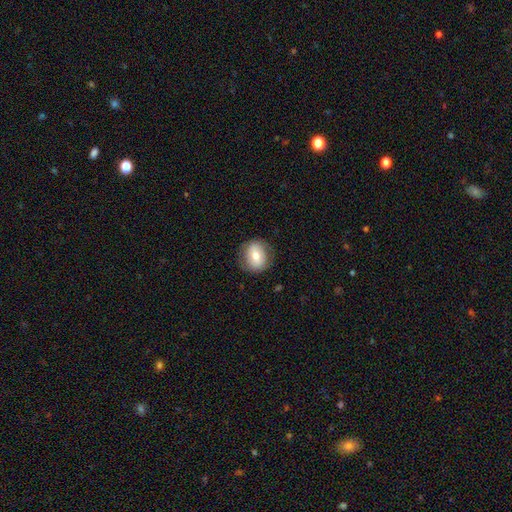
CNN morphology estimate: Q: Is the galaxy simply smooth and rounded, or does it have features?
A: smooth — 66%.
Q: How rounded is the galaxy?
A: round — 63%.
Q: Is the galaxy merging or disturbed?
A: none — 81%.